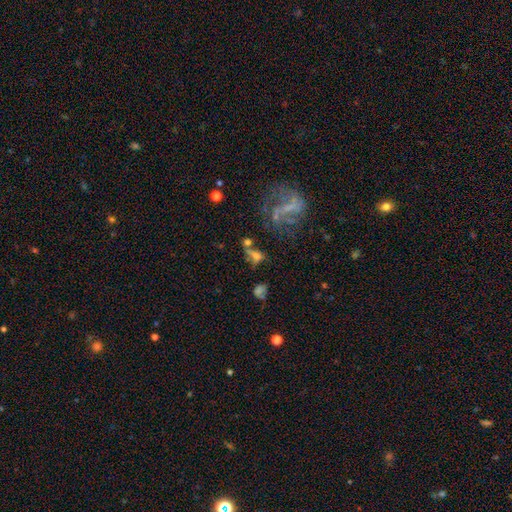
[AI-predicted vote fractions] Morphology: type=smooth (45%); merging=none (42%).